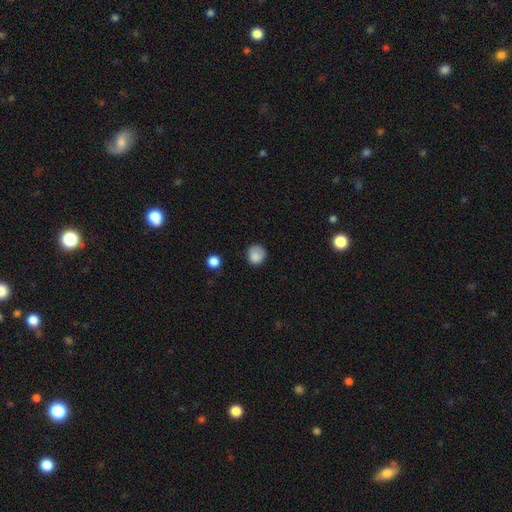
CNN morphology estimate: Smooth or featured? Predicted: smooth (p=0.85). How rounded? Predicted: round (p=0.86). Merging? Predicted: none (p=0.76).